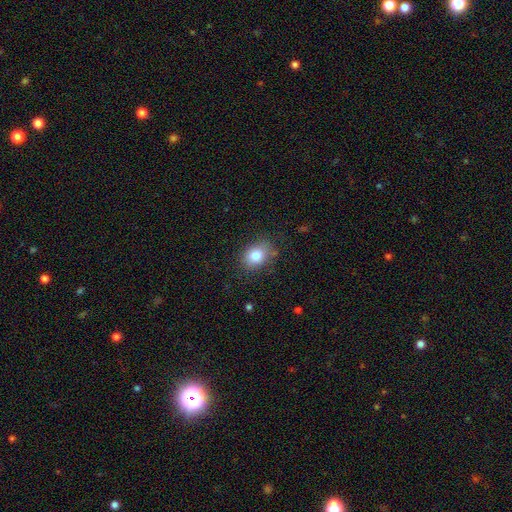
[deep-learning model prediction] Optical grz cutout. It shows a smooth galaxy with no disk features (82%) that is in between round and cigar-shaped (54%). Merging: none (76%).